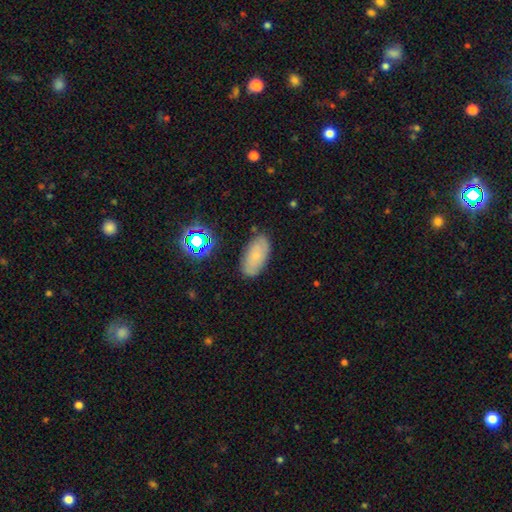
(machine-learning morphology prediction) This appears to be a smooth galaxy with no disk features (61%) that is in between round and cigar-shaped (93%). Merging: none (81%).